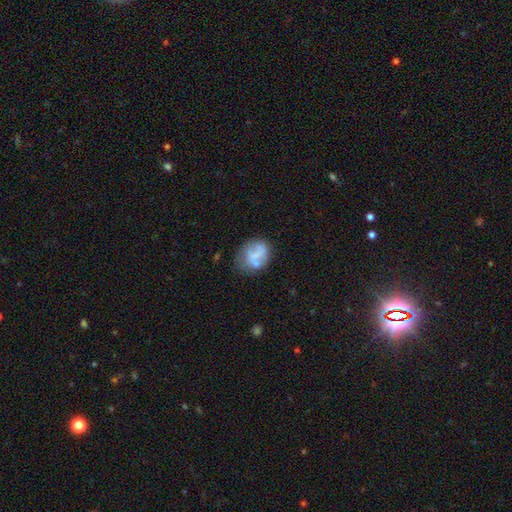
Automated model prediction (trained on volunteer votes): Q: Smooth or featured?
A: smooth (51%); runner-up: featured or disk (40%)
Q: How rounded?
A: in between (50%); runner-up: round (49%)
Q: Merging?
A: none (46%); runner-up: minor disturbance (26%)